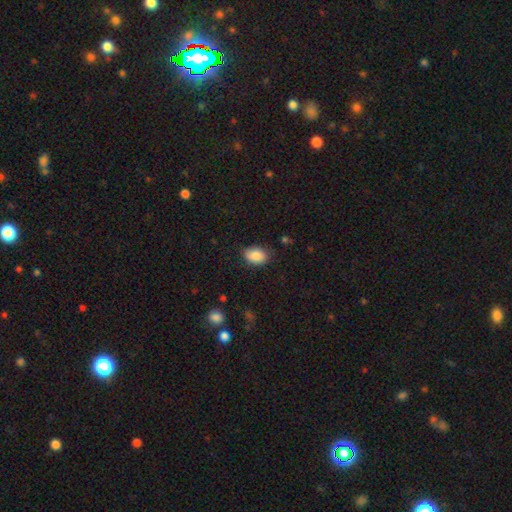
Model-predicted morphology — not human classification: This is clearly a smooth galaxy (88%). How rounded: clearly in between (82%). Merging: likely none (79%).